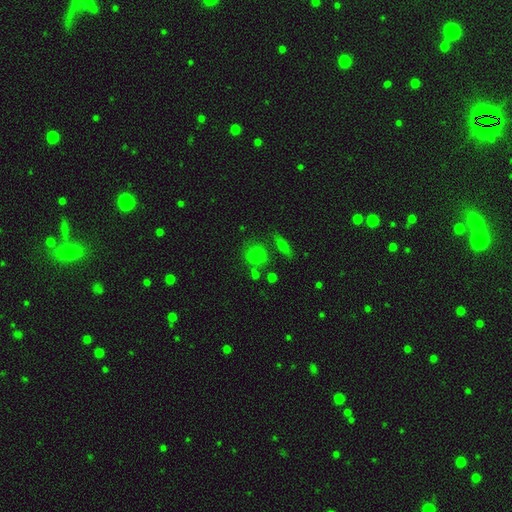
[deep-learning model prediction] smooth-or-featured: smooth: 69% | star or artifact: 19% | featured or disk: 13%
  how-rounded: round: 77% | in between: 21% | cigar-shaped: 3%
  merging: none: 63% | minor disturbance: 18% | merger: 12% | major disturbance: 7%